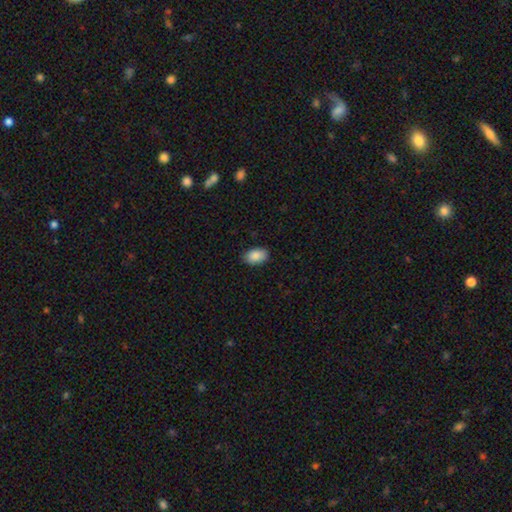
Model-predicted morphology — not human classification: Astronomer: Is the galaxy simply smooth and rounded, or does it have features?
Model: smooth — 89%.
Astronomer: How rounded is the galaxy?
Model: in between — 91%.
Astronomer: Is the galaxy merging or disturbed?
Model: none — 86%.